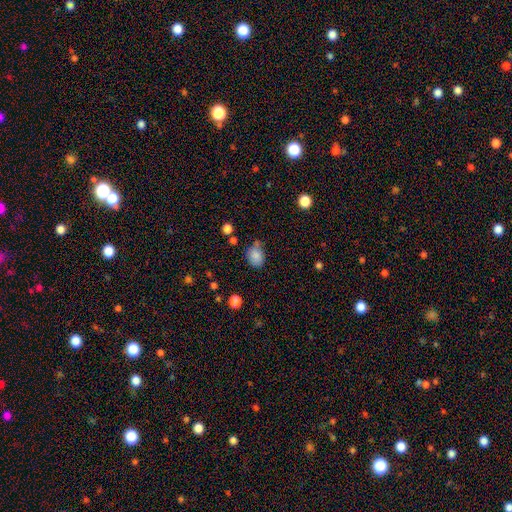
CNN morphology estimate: A smooth galaxy with no disk features (83%) that is in between round and cigar-shaped (55%). Merging: none (59%).